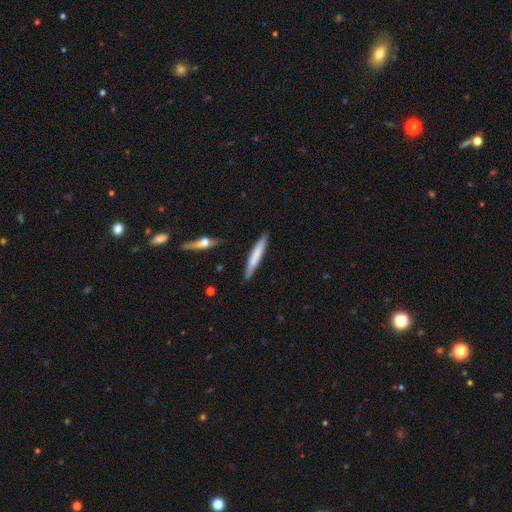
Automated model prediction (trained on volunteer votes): A smooth galaxy with no disk features (66%) that is cigar-shaped (93%).

Vote fractions:
- Smooth or featured? smooth: 66% / featured or disk: 28% / star or artifact: 5%
- How rounded? cigar-shaped: 93% / in between: 5% / round: 1%
- Merging? none: 86% / minor disturbance: 10% / merger: 2% / major disturbance: 2%